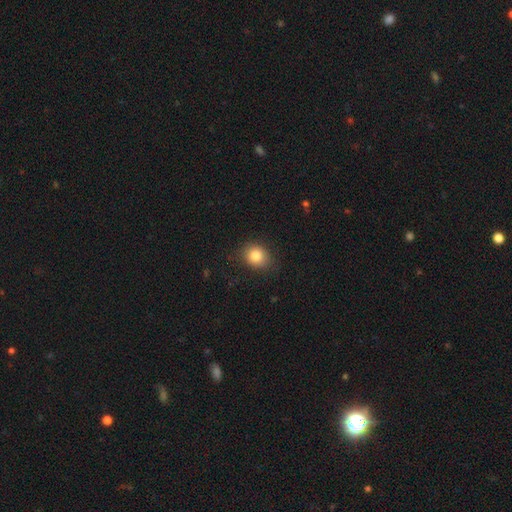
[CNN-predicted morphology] This appears to be a smooth galaxy with no disk features (82%) that is round (63%). Merging: none (83%).